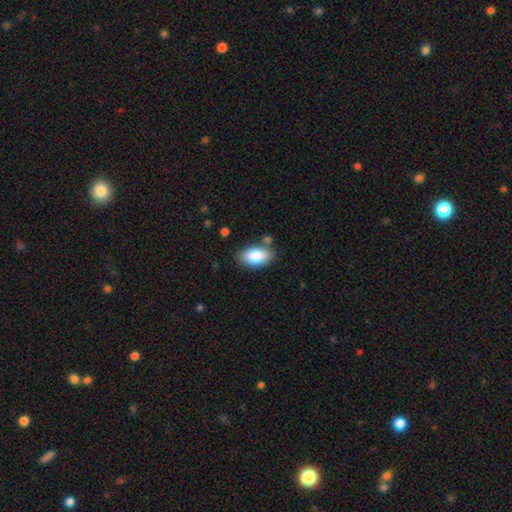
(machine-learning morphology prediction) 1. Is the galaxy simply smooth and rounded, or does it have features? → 85% smooth, 8% featured or disk, 7% star or artifact.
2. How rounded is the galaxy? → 94% in between, 4% round, 2% cigar-shaped.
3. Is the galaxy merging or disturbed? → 78% none, 13% minor disturbance, 6% merger, 3% major disturbance.